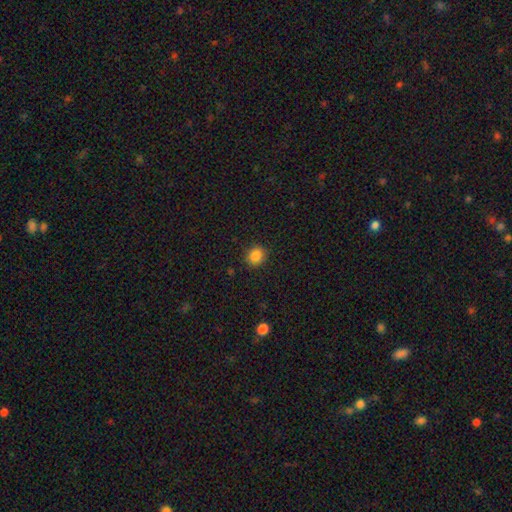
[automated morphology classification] Smooth or featured? smooth (85%)
How rounded? round (72%)
Merging? none (89%)